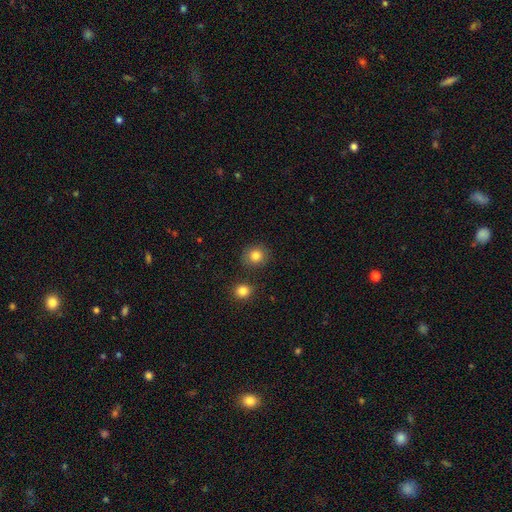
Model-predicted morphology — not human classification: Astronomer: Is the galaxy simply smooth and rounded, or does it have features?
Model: smooth — 83%.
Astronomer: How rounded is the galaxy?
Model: round — 84%.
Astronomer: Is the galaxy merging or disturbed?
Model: none — 83%.